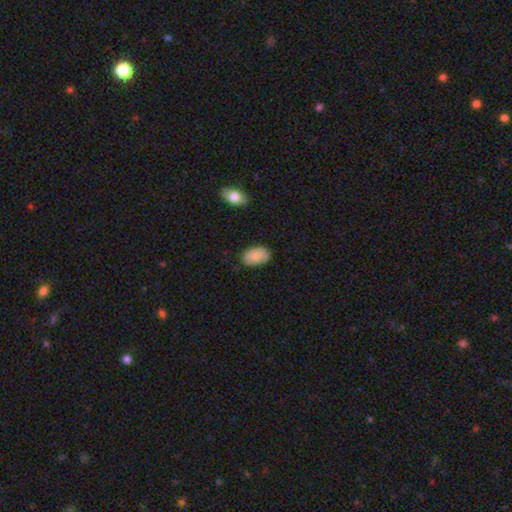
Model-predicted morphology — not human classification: Overall: smooth (86%). How rounded: in between (91%). Merging: none (80%).